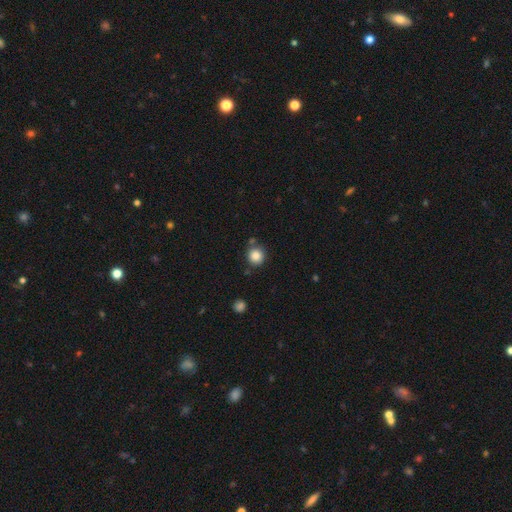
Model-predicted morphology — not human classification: This appears to be a smooth galaxy with no disk features (85%) that is round (92%). Merging: none (77%).